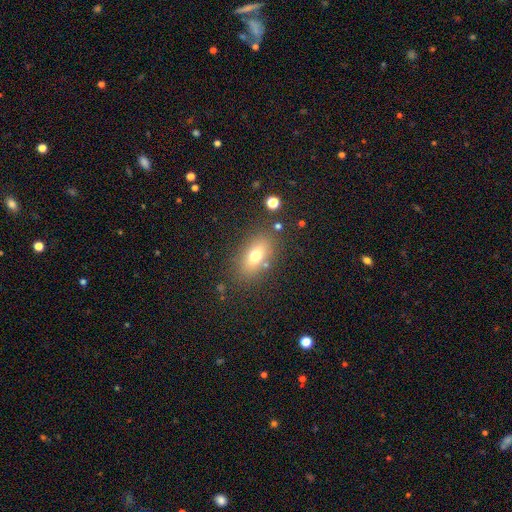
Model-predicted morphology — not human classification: A smooth galaxy with no disk features (72%) that is in between round and cigar-shaped (82%). Merging: none (79%).